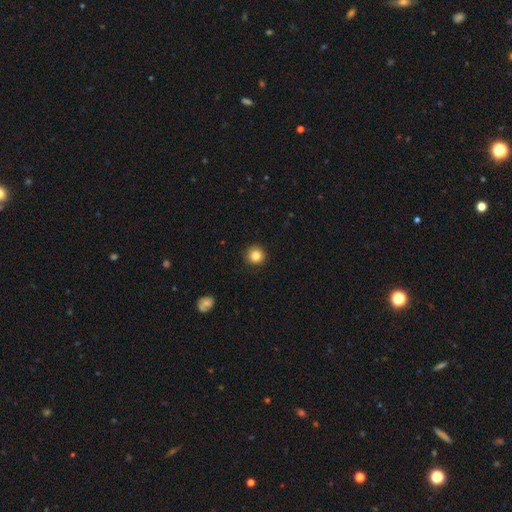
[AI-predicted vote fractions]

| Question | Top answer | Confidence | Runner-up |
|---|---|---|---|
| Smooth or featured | smooth | 85% | star or artifact (11%) |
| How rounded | round | 94% | in between (5%) |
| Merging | none | 91% | minor disturbance (6%) |